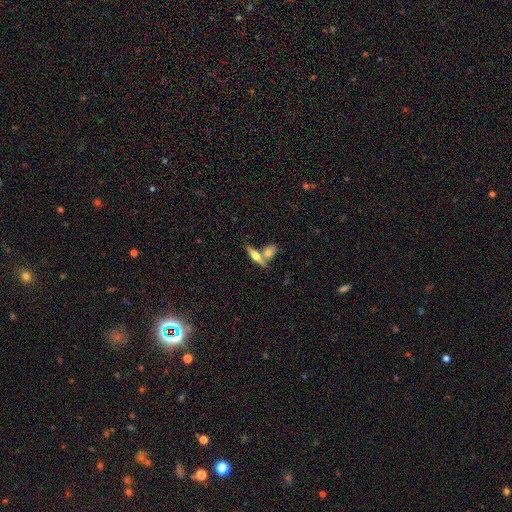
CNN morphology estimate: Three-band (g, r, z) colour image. It shows a featured or disk galaxy (48%). Merging: none (50%).